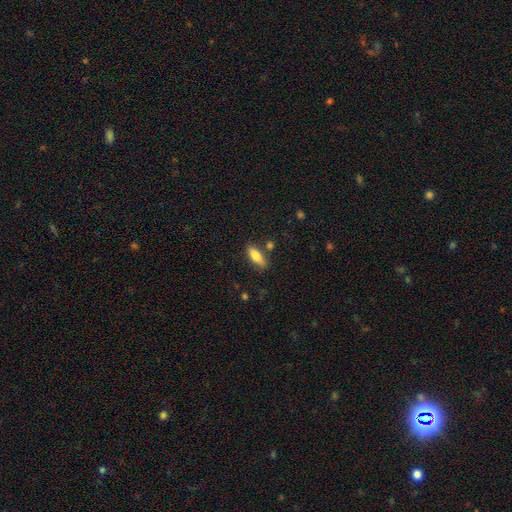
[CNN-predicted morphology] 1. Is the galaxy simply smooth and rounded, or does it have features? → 76% smooth, 17% featured or disk, 6% star or artifact.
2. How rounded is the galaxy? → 63% in between, 34% cigar-shaped, 2% round.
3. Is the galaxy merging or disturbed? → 80% none, 12% minor disturbance, 6% merger, 3% major disturbance.